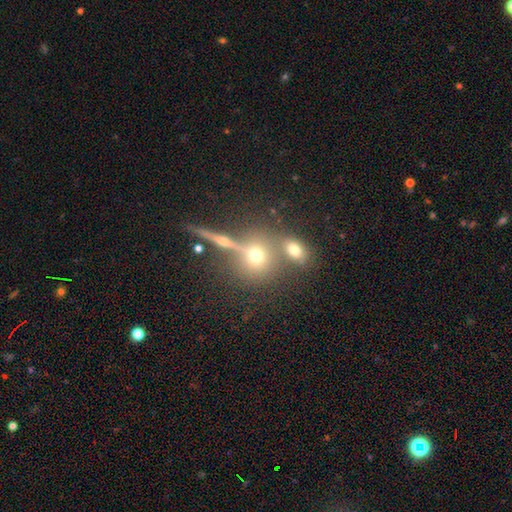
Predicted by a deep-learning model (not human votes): Smooth or featured: smooth — 59% (featured or disk — 24%)
How rounded: round — 84% (in between — 13%)
Merging: none — 59% (merger — 28%)